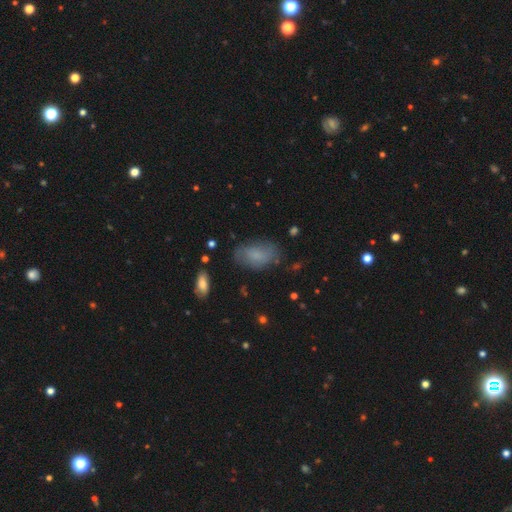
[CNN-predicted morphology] smooth_or_featured: smooth (p=0.73) [alt: featured or disk p=0.17]
how_rounded: in between (p=0.92) [alt: round p=0.06]
merging: none (p=0.68) [alt: minor disturbance p=0.22]